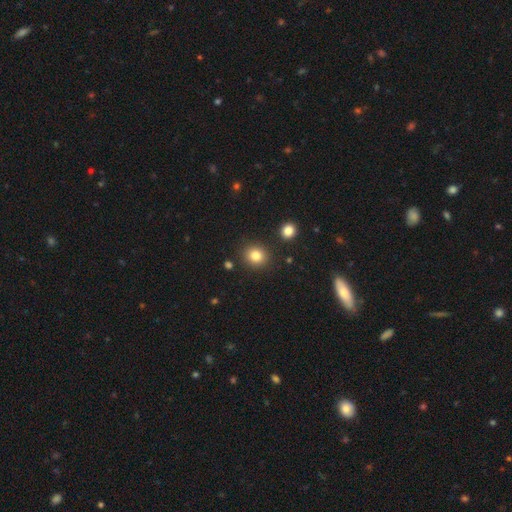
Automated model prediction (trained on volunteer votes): Smooth or featured: smooth — 82% (star or artifact — 11%)
How rounded: round — 82% (in between — 17%)
Merging: none — 88% (minor disturbance — 7%)